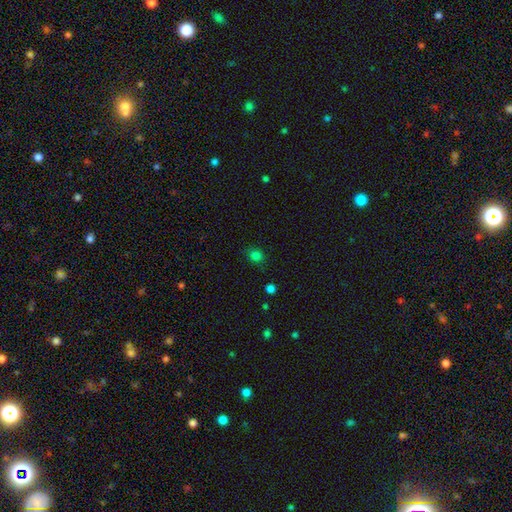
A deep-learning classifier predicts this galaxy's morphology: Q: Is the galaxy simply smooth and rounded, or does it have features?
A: smooth — 78%.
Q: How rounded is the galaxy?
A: round — 71%.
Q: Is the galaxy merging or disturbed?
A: none — 83%.